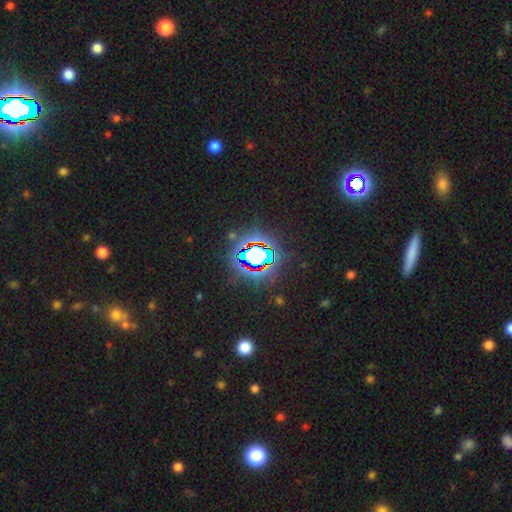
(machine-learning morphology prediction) Q: Smooth or featured?
A: star or artifact (72%); runner-up: smooth (16%)